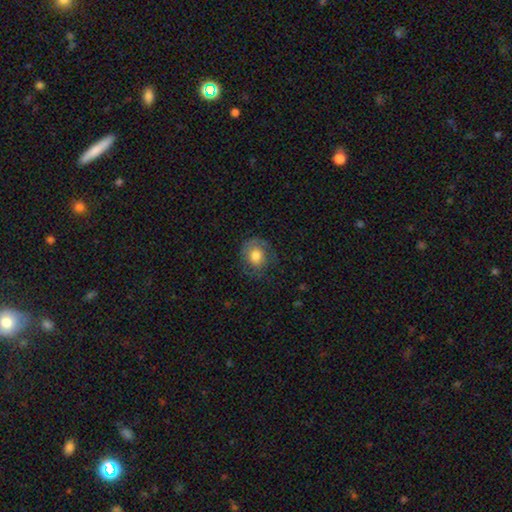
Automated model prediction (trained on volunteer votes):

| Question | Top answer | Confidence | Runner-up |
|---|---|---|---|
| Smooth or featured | smooth | 66% | featured or disk (26%) |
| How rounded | round | 71% | in between (28%) |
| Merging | none | 66% | minor disturbance (21%) |